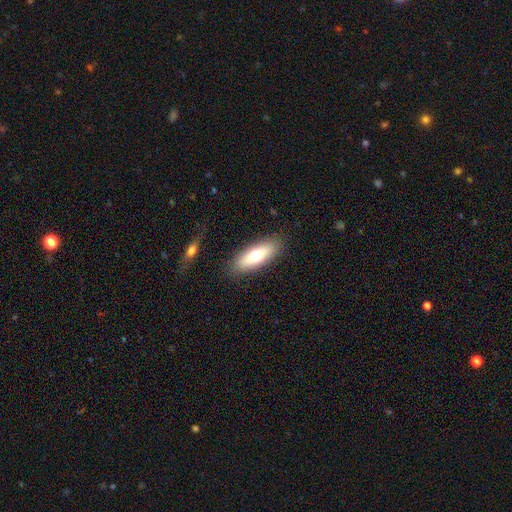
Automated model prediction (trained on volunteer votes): Morphology: type=smooth (68%); roundness=in between (63%); merging=none (86%).